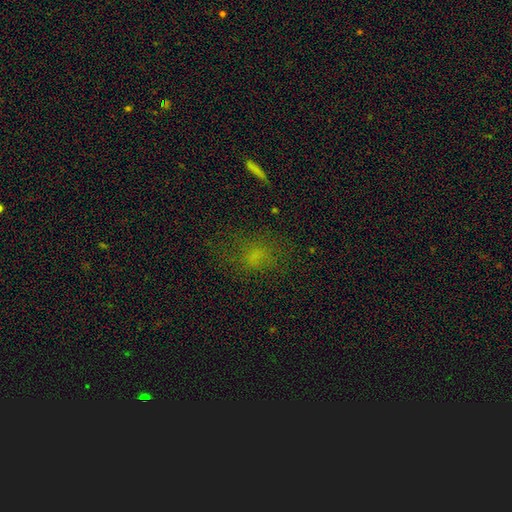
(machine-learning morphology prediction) smooth-or-featured: smooth: 60% | star or artifact: 23% | featured or disk: 17%
  how-rounded: in between: 61% | round: 35% | cigar-shaped: 4%
  merging: none: 60% | minor disturbance: 19% | major disturbance: 18% | merger: 2%